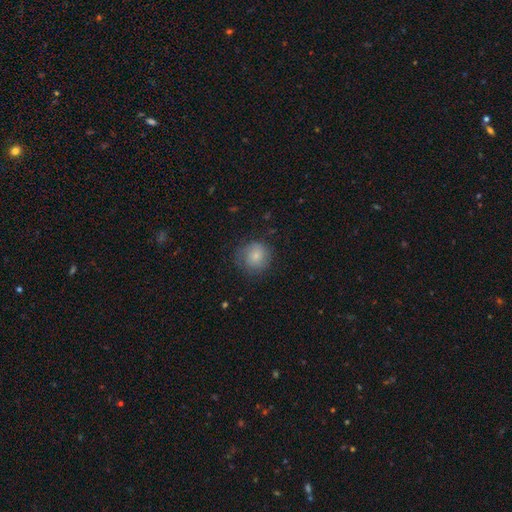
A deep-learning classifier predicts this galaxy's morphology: The model was most divided on "merging": none: 71%, minor disturbance: 20%, major disturbance: 9%, merger: 1%. More confident: how rounded — round (89%); smooth or featured — smooth (72%).